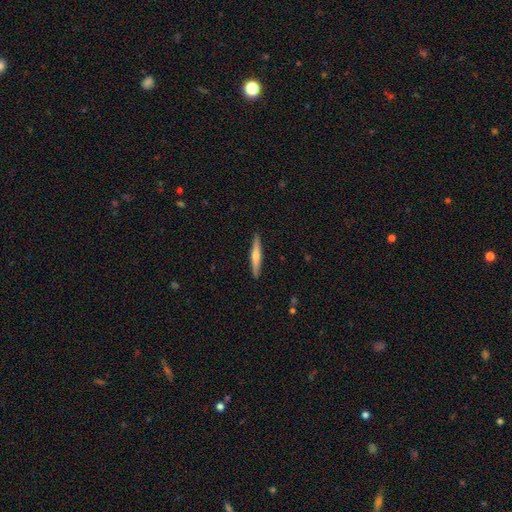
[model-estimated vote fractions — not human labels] Smooth or featured?
  - featured or disk: 53% *
  - smooth: 41%
  - star or artifact: 5%
Edge-on disk?
  - yes: 97% *
  - no: 3%
Edge-on bulge?
  - rounded: 81% *
  - none: 14%
  - boxy: 6%
Merging?
  - none: 92% *
  - minor disturbance: 6%
  - major disturbance: 1%
  - merger: 1%